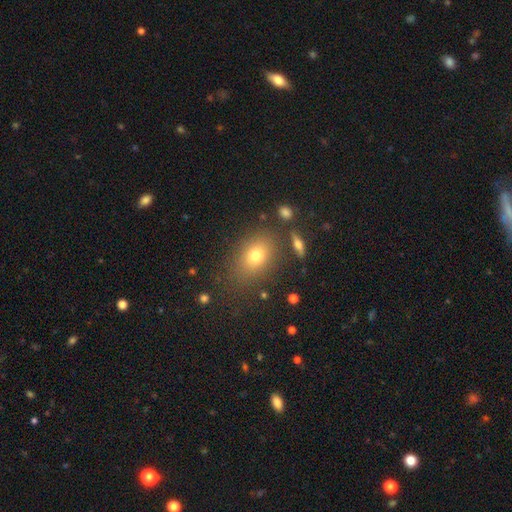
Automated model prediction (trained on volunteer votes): Smooth or featured? Predicted: smooth (p=0.72). How rounded? Predicted: in between (p=0.74). Merging? Predicted: none (p=0.79).